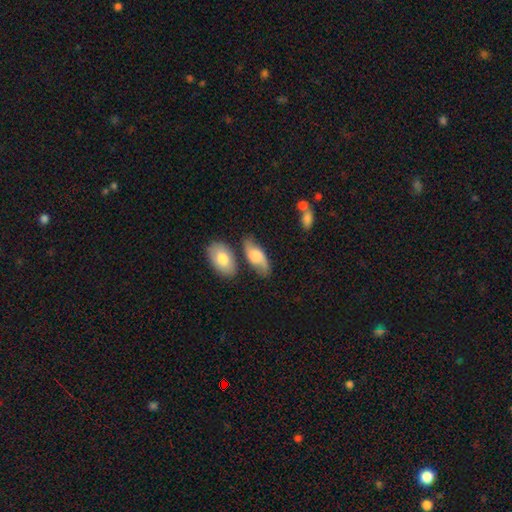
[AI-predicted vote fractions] This appears to be a smooth galaxy with no disk features (47%). Merging: none (64%).